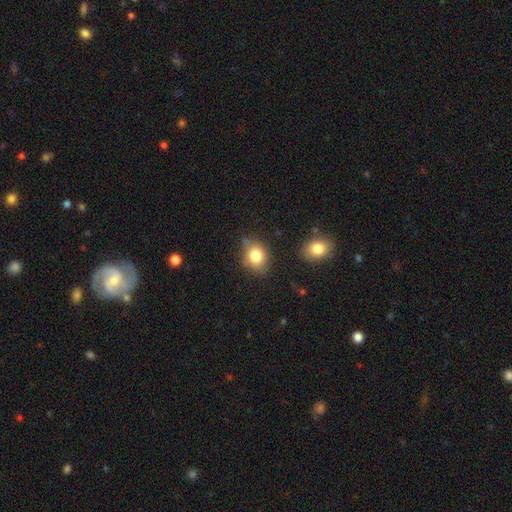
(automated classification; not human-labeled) A smooth galaxy with no disk features (81%) that is round (51%).

Vote fractions:
- Smooth or featured? smooth: 81% / featured or disk: 10% / star or artifact: 10%
- How rounded? round: 51% / in between: 48% / cigar-shaped: 1%
- Merging? none: 69% / minor disturbance: 22% / major disturbance: 5% / merger: 4%